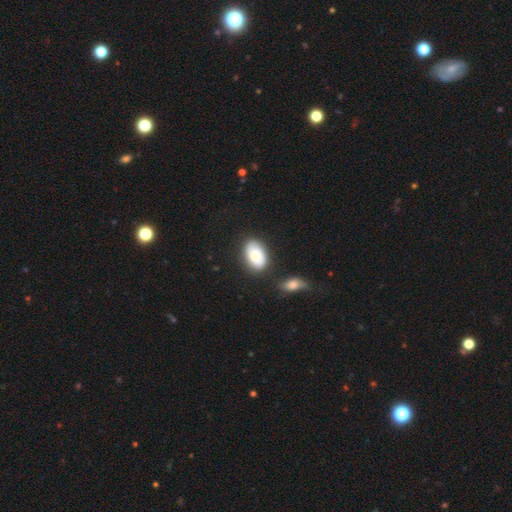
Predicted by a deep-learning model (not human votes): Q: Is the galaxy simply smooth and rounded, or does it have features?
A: smooth — 77%.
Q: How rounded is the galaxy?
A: in between — 91%.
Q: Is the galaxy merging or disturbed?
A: none — 72%.